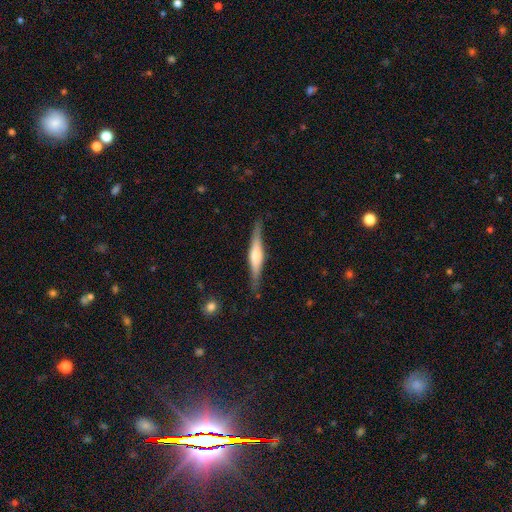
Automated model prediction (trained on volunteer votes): A featured or disk galaxy (64%) viewed edge-on (97%) with a rounded central bulge (65%). Merging: none (85%).